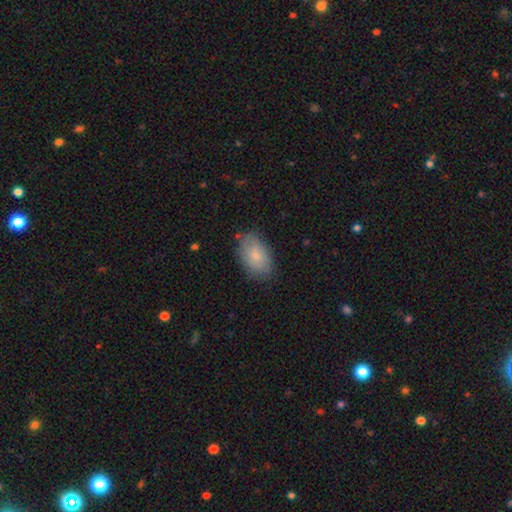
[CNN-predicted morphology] This is likely a smooth galaxy (80%). How rounded: clearly in between (92%). Merging: likely none (79%).